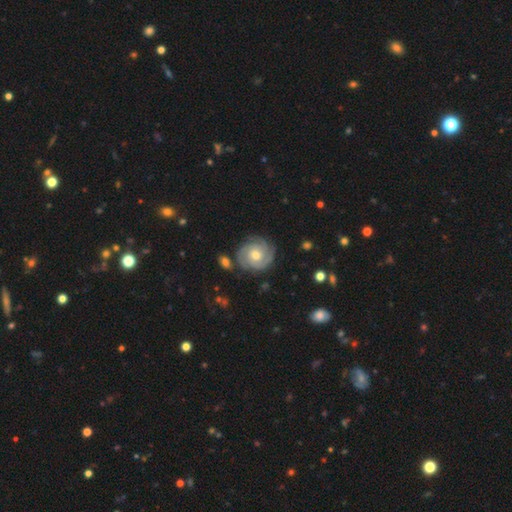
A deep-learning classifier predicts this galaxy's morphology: Q: Smooth or featured?
A: featured or disk (82%); runner-up: smooth (12%)
Q: Edge-on disk?
A: no (98%); runner-up: yes (2%)
Q: Bar?
A: no (76%); runner-up: weak (20%)
Q: Spiral arms?
A: yes (96%); runner-up: no (4%)
Q: Spiral winding?
A: tight (75%); runner-up: medium (21%)
Q: Spiral arm count?
A: 3 (37%); runner-up: 2 (27%)
Q: Bulge size?
A: moderate (67%); runner-up: small (27%)
Q: Merging?
A: none (79%); runner-up: minor disturbance (14%)